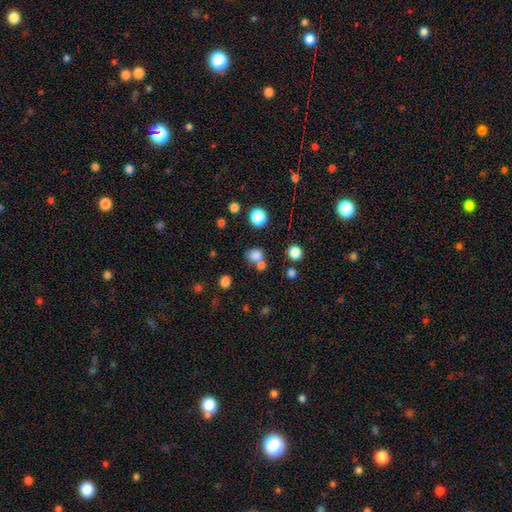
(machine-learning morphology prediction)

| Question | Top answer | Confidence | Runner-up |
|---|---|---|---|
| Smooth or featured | smooth | 78% | star or artifact (16%) |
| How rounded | round | 69% | in between (30%) |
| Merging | none | 54% | merger (32%) |